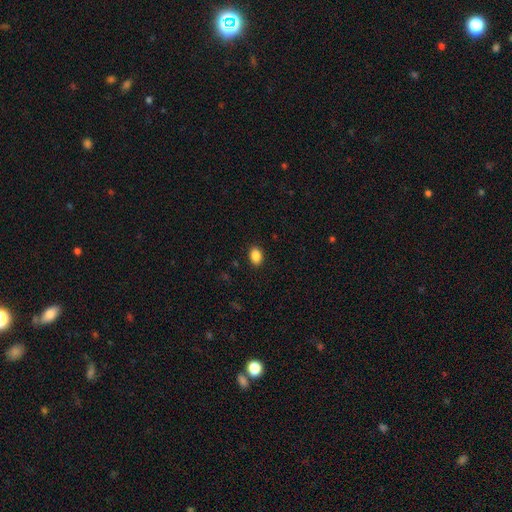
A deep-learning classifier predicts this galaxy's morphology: This appears to be a smooth galaxy with no disk features (88%) that is in between round and cigar-shaped (80%). Merging: none (90%).